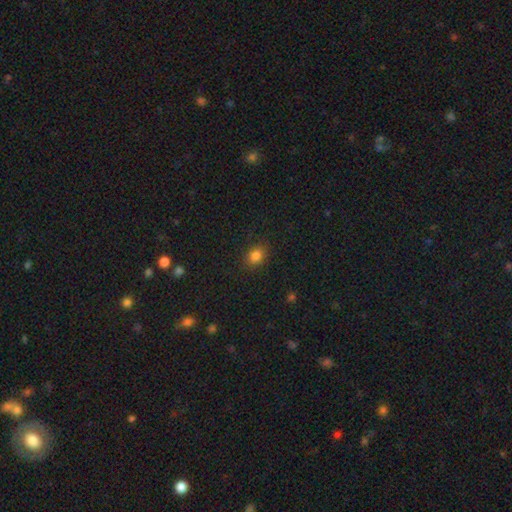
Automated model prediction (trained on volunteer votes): Smooth or featured: smooth — 82% (star or artifact — 13%)
How rounded: round — 52% (in between — 47%)
Merging: none — 85% (minor disturbance — 11%)